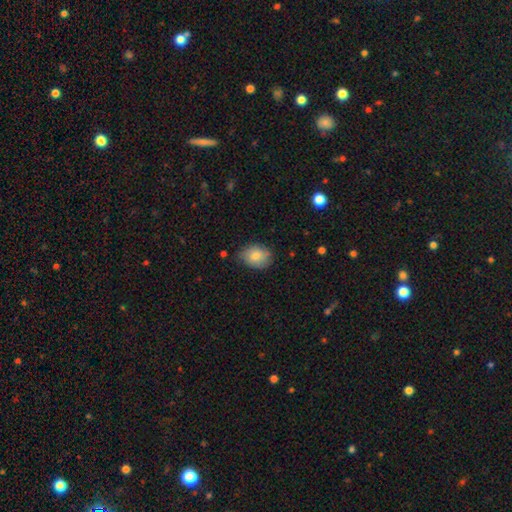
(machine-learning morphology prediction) smooth_or_featured: smooth (p=0.80) [alt: featured or disk p=0.13]
how_rounded: in between (p=0.71) [alt: round p=0.28]
merging: none (p=0.72) [alt: minor disturbance p=0.23]